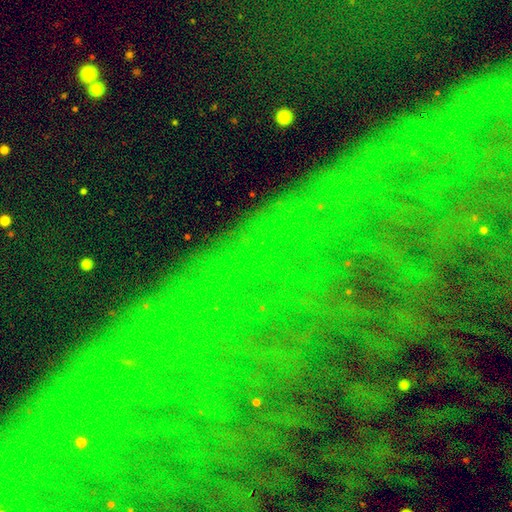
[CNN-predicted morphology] A star or artifact, not a galaxy (82%).